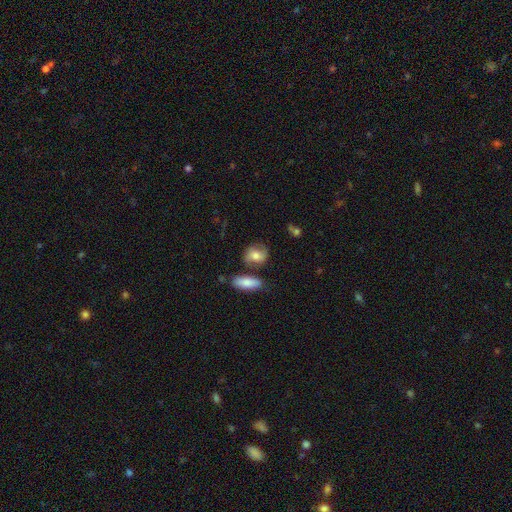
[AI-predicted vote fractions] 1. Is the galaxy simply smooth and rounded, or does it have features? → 57% smooth, 35% featured or disk, 8% star or artifact.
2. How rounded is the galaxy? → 50% round, 46% in between, 4% cigar-shaped.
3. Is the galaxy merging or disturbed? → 65% none, 17% minor disturbance, 12% merger, 6% major disturbance.